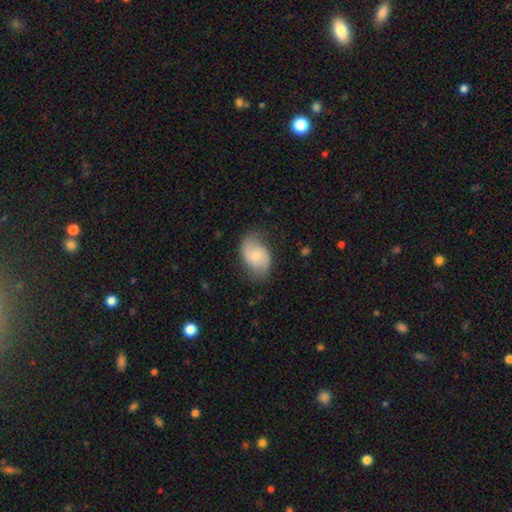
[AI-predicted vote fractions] A smooth galaxy with no disk features (57%) that is in between round and cigar-shaped (85%). Merging: none (66%).